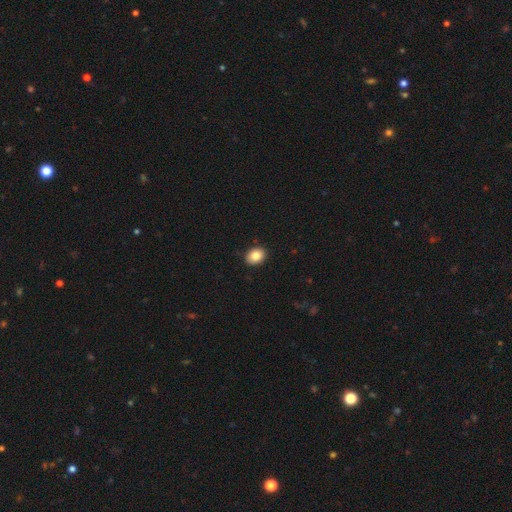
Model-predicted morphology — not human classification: The model was most divided on "how rounded": in between: 57%, round: 42%, cigar-shaped: 1%. More confident: merging — none (90%); smooth or featured — smooth (84%).